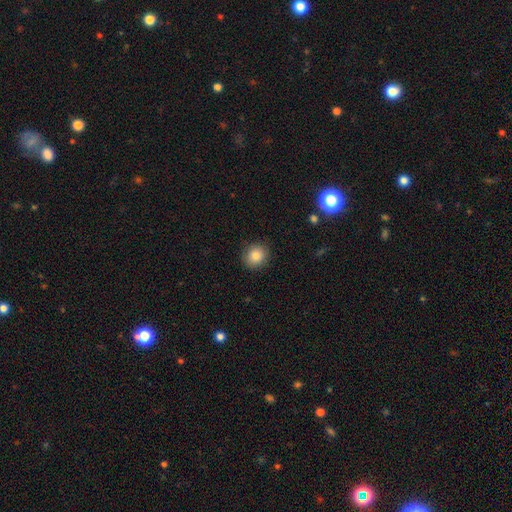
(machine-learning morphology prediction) type=smooth (83%); roundness=round (84%); merging=none (89%).